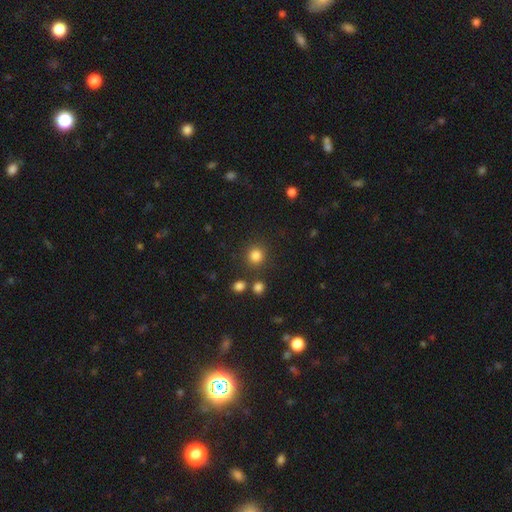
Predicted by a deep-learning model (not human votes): Smooth or featured?
  - smooth: 82% *
  - star or artifact: 13%
  - featured or disk: 5%
How rounded?
  - round: 91% *
  - in between: 8%
  - cigar-shaped: 1%
Merging?
  - none: 82% *
  - minor disturbance: 8%
  - merger: 6%
  - major disturbance: 3%